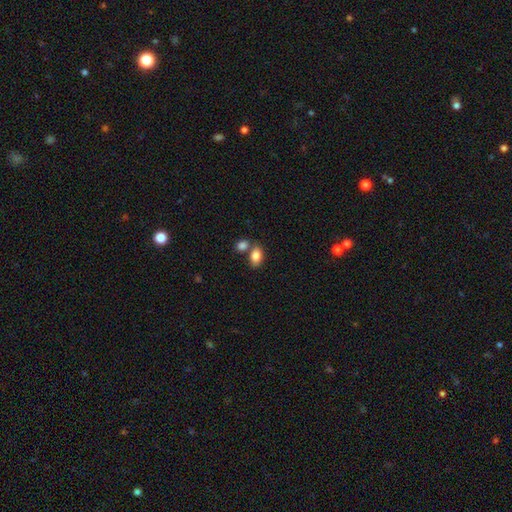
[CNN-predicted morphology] smooth_or_featured: smooth (p=0.84) [alt: star or artifact p=0.08]
how_rounded: in between (p=0.85) [alt: round p=0.14]
merging: none (p=0.55) [alt: merger p=0.31]